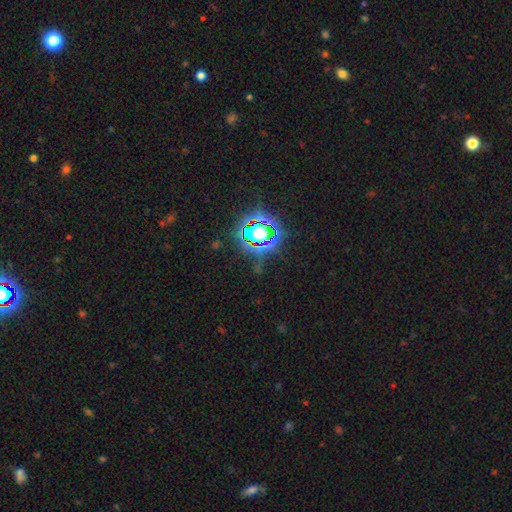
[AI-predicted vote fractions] Overall: star or artifact (80%).